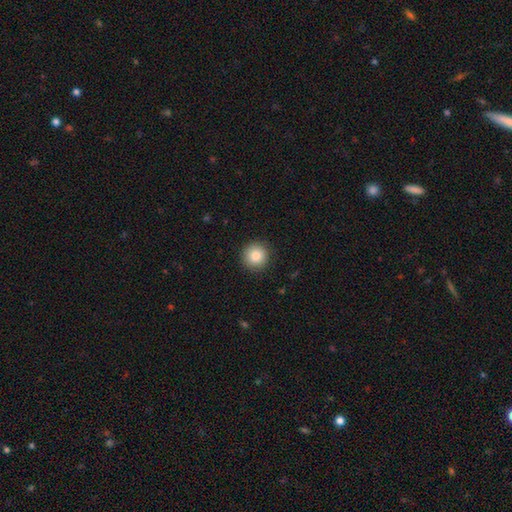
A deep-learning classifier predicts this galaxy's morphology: A smooth galaxy with no disk features (87%) that is round (95%). Merging: none (91%).